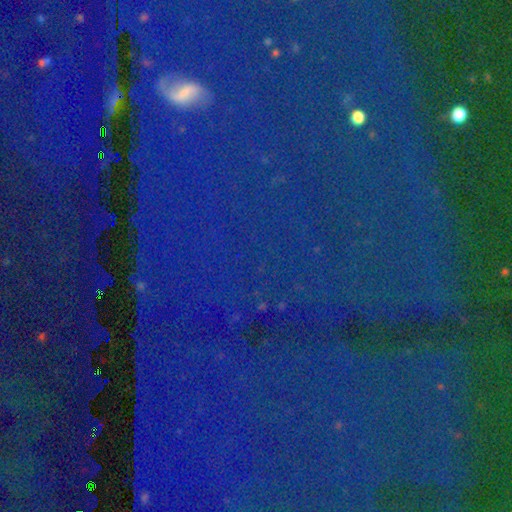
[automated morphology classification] star or artifact 80%, smooth 11%, featured or disk 9%.